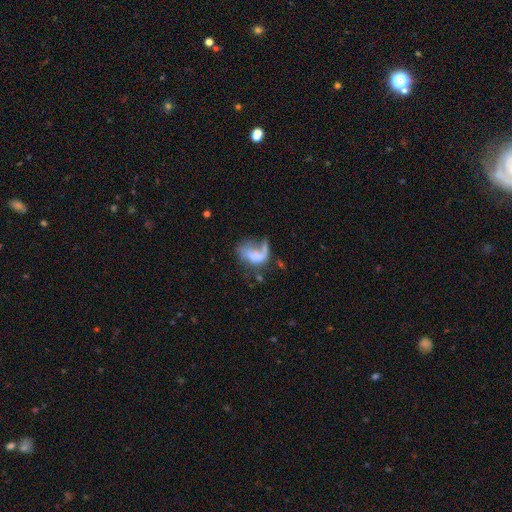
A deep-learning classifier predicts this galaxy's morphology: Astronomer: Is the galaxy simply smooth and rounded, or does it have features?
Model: featured or disk — 45%, tied with smooth at 45%.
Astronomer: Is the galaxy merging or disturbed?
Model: major disturbance — 50%.